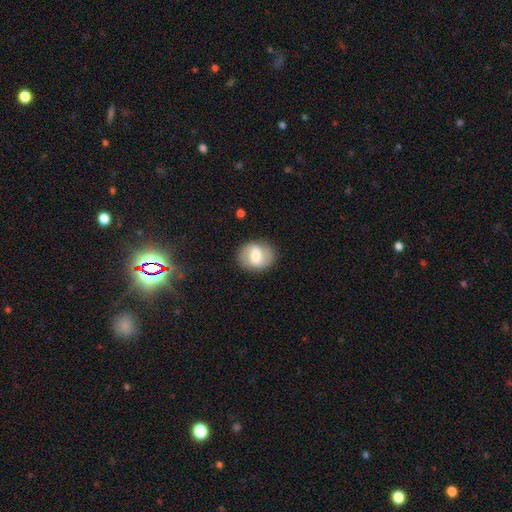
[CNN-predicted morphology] A featured or disk galaxy (49%).

Vote fractions:
- Smooth or featured? featured or disk: 49% / smooth: 44% / star or artifact: 7%
- Merging? none: 84% / minor disturbance: 11% / major disturbance: 4% / merger: 1%